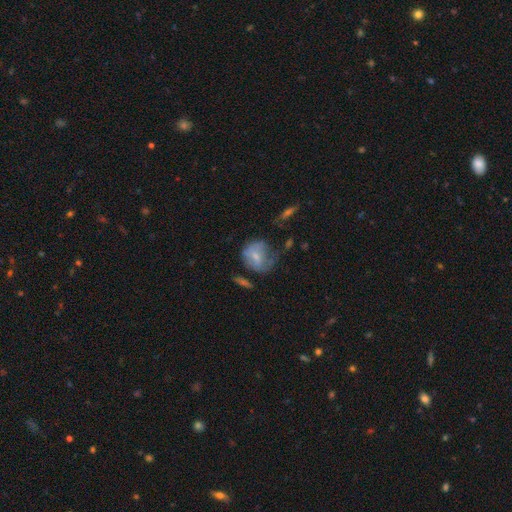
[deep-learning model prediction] Morphology: type=smooth (60%); roundness=round (62%); merging=none (37%).